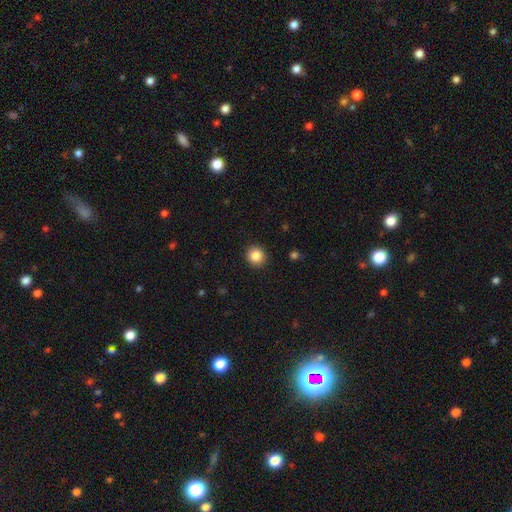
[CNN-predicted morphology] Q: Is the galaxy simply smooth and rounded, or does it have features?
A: smooth — 86%.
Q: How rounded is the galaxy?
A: round — 90%.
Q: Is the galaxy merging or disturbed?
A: none — 92%.